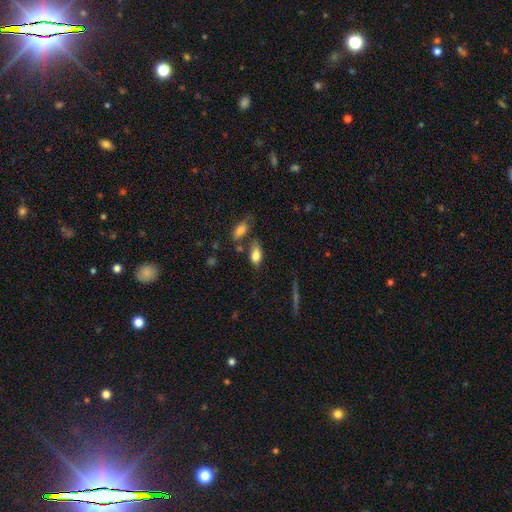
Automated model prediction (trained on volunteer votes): The model was most divided on "merging": none: 61%, minor disturbance: 19%, merger: 14%, major disturbance: 6%. More confident: how rounded — in between (88%); smooth or featured — smooth (80%).